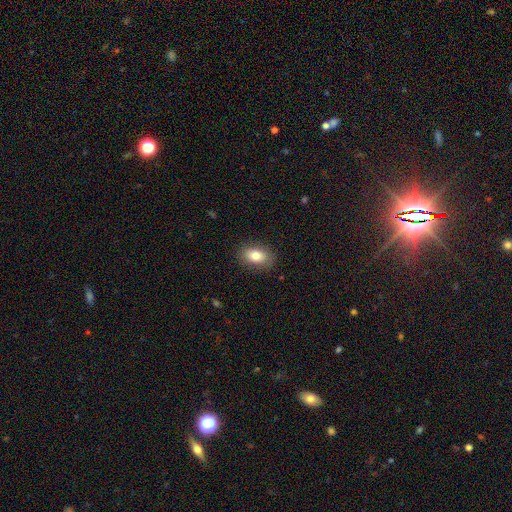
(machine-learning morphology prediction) smooth-or-featured: smooth: 80% | featured or disk: 11% | star or artifact: 8%
  how-rounded: in between: 85% | round: 13% | cigar-shaped: 2%
  merging: none: 86% | minor disturbance: 10% | major disturbance: 3% | merger: 1%